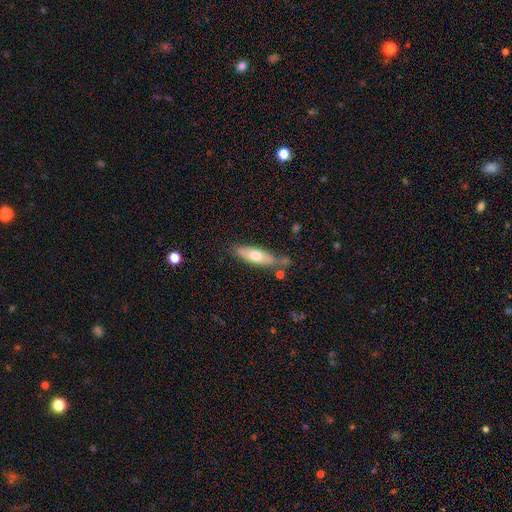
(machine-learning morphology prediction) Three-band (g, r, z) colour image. It shows a smooth galaxy with no disk features (61%) that is cigar-shaped (50%). Merging: none (63%).